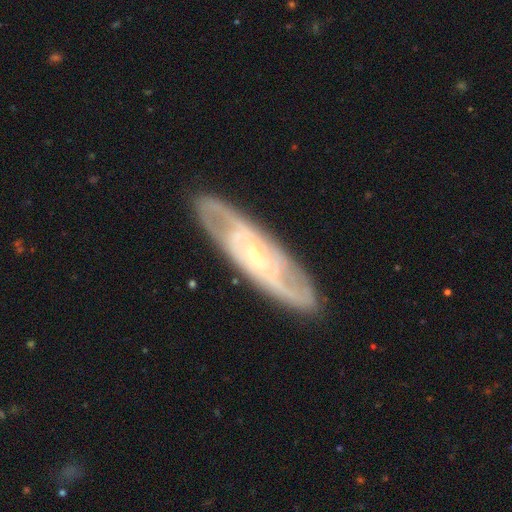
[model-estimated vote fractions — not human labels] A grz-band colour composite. It shows a featured or disk galaxy (84%) with no bar (57%), 2 (58%) tight (46%) spiral arms (93%) and a small central bulge (76%). Merging: none (85%).